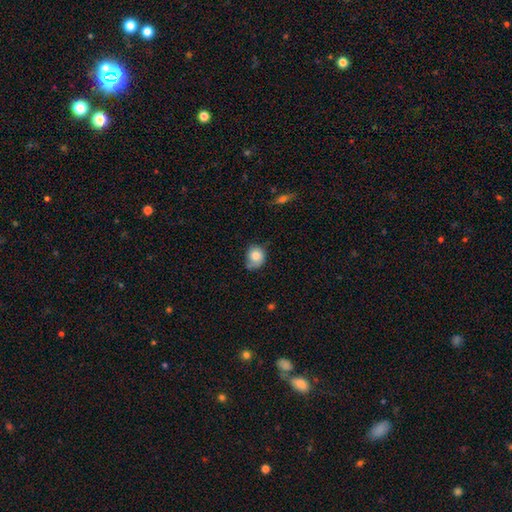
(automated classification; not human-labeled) Smooth or featured? Predicted: smooth (p=0.78). How rounded? Predicted: round (p=0.64). Merging? Predicted: none (p=0.51).